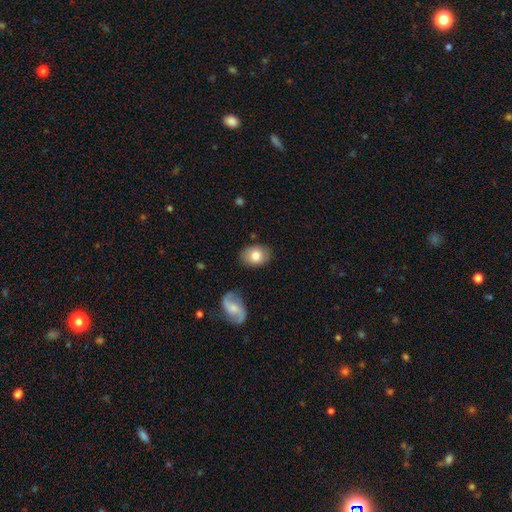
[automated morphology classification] This is likely a smooth galaxy (78%). How rounded: likely in between (72%). Merging: likely none (79%).